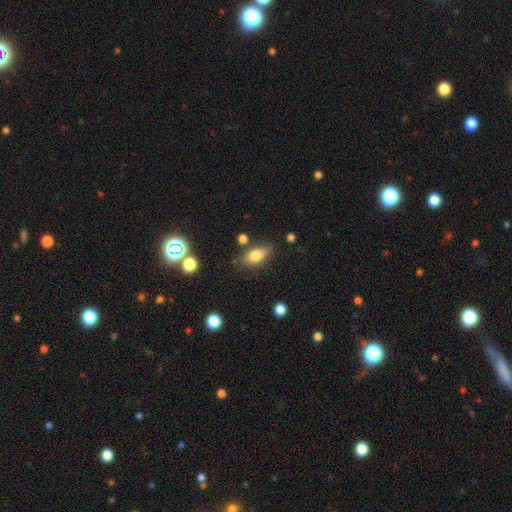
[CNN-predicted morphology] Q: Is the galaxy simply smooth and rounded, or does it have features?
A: smooth — 74%.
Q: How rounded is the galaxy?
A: in between — 81%.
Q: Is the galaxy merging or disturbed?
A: none — 79%.